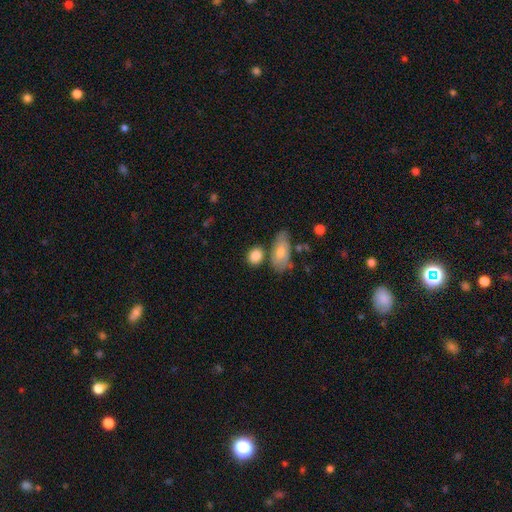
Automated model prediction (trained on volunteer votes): Q: Smooth or featured?
A: smooth (83%); runner-up: featured or disk (10%)
Q: How rounded?
A: in between (52%); runner-up: round (44%)
Q: Merging?
A: none (64%); runner-up: merger (17%)